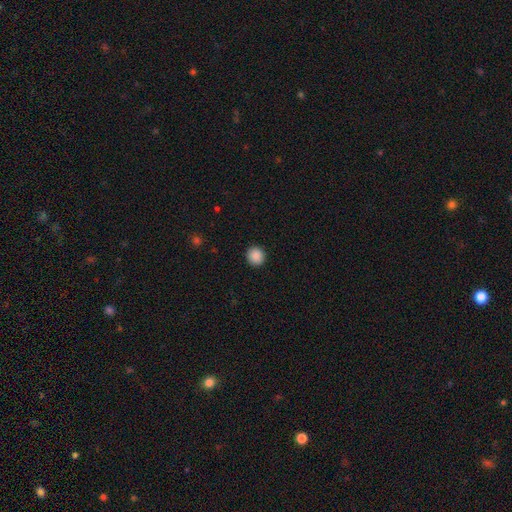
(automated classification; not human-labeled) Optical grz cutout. It shows a smooth galaxy with no disk features (89%) that is round (91%). Merging: none (92%).